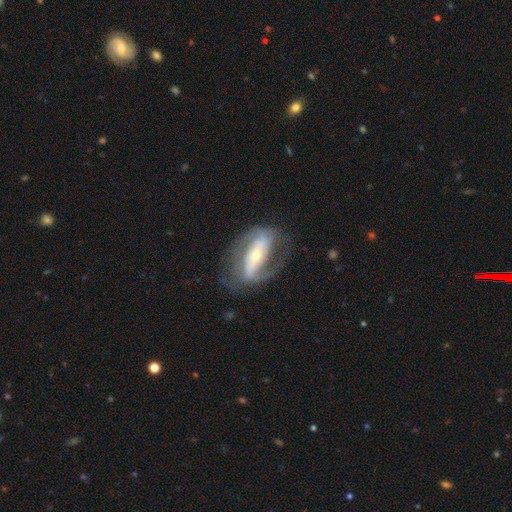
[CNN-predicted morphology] Smooth or featured?
  - featured or disk: 79% *
  - smooth: 15%
  - star or artifact: 6%
Edge-on disk?
  - no: 91% *
  - yes: 9%
Bar?
  - strong: 59% *
  - no: 22%
  - weak: 19%
Spiral arms?
  - yes: 77% *
  - no: 23%
Spiral winding?
  - medium: 41% *
  - tight: 31%
  - loose: 28%
Spiral arm count?
  - 2: 78% *
  - can't tell: 11%
  - 1: 7%
  - 3: 2%
  - 4: 1%
  - more than 4: 1%
Bulge size?
  - small: 55% *
  - moderate: 39%
  - large: 4%
  - dominant: 1%
  - none: 1%
Merging?
  - none: 65% *
  - minor disturbance: 18%
  - major disturbance: 16%
  - merger: 2%